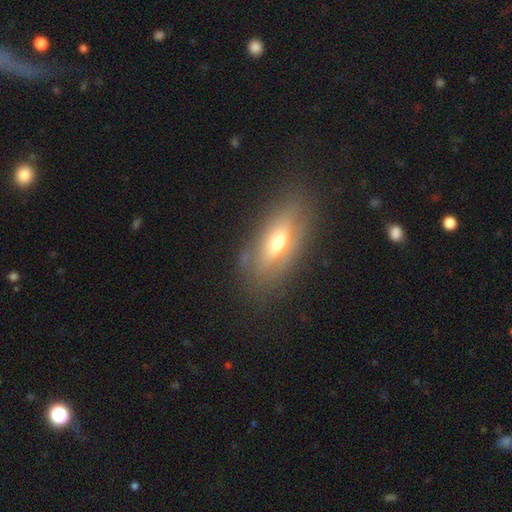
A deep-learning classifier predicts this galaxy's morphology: The model was most divided on "smooth or featured": featured or disk: 49%, smooth: 41%, star or artifact: 10%. More confident: merging — none (79%).